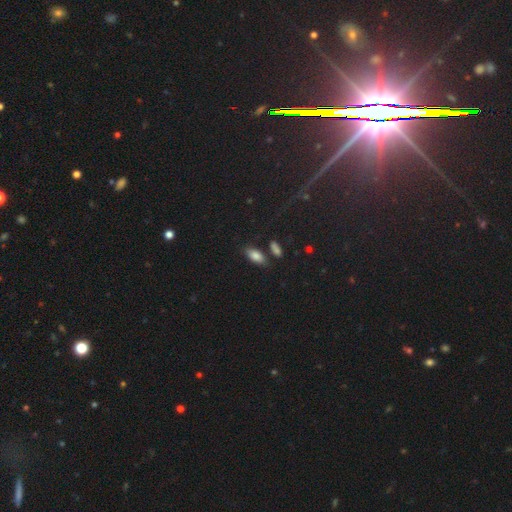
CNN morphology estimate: A smooth galaxy with no disk features (83%) that is in between round and cigar-shaped (86%).

Vote fractions:
- Smooth or featured? smooth: 83% / featured or disk: 9% / star or artifact: 8%
- How rounded? in between: 86% / cigar-shaped: 11% / round: 3%
- Merging? none: 74% / minor disturbance: 14% / merger: 8% / major disturbance: 4%